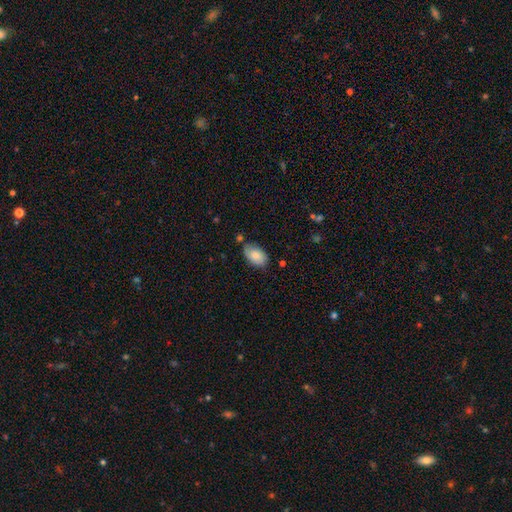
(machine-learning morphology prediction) type=smooth (79%); roundness=in between (91%); merging=none (71%).